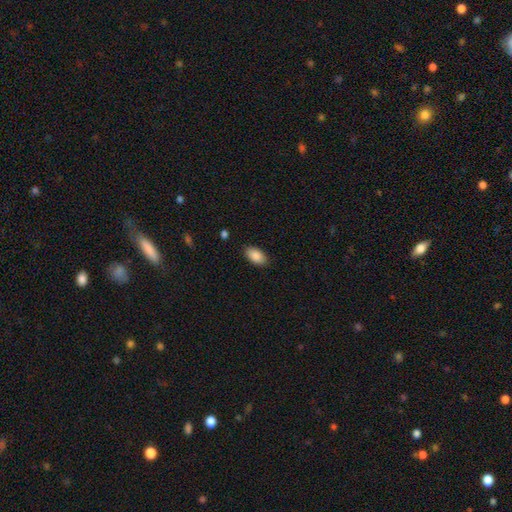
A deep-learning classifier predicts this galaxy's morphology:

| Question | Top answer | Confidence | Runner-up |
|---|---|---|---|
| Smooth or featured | smooth | 89% | star or artifact (7%) |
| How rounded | in between | 94% | round (3%) |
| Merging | none | 88% | minor disturbance (9%) |